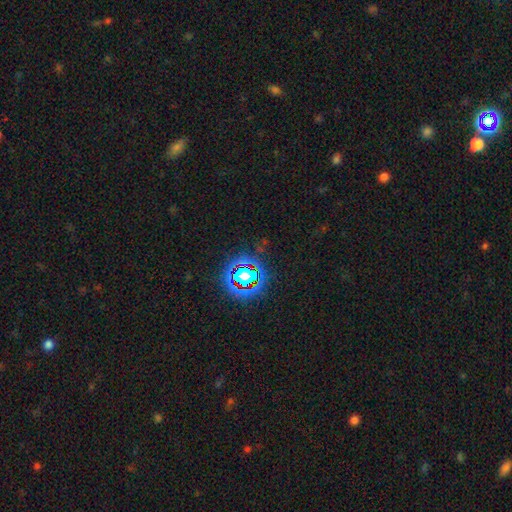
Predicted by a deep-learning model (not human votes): Smooth or featured? star or artifact (78%)